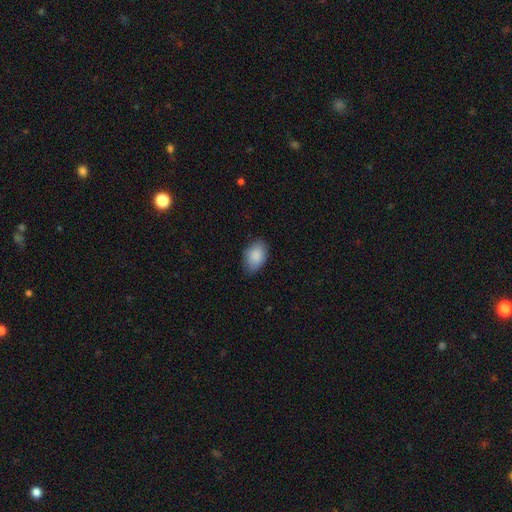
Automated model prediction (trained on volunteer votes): This appears to be a smooth galaxy with no disk features (88%) that is in between round and cigar-shaped (90%). Merging: none (80%).